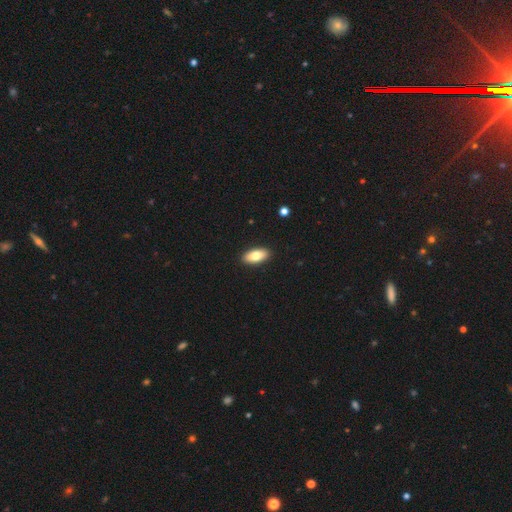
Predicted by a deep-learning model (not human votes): smooth 79%, featured or disk 15%, star or artifact 7%. Down the decision tree: how rounded — in between (88%); merging — none (91%).